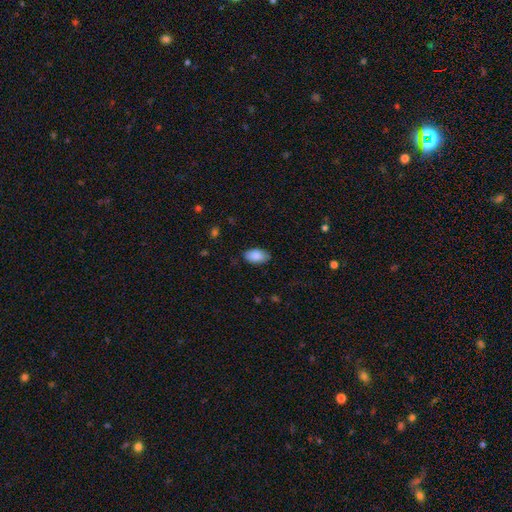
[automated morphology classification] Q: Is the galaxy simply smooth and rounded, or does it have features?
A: smooth — 88%.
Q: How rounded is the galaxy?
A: in between — 94%.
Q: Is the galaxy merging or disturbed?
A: none — 82%.